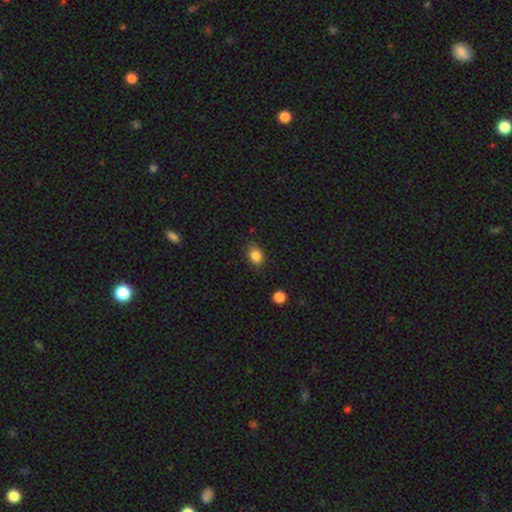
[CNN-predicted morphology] Smooth or featured?
  - smooth: 85% *
  - star or artifact: 10%
  - featured or disk: 5%
How rounded?
  - in between: 59% *
  - round: 40%
  - cigar-shaped: 1%
Merging?
  - none: 77% *
  - minor disturbance: 18%
  - major disturbance: 3%
  - merger: 2%